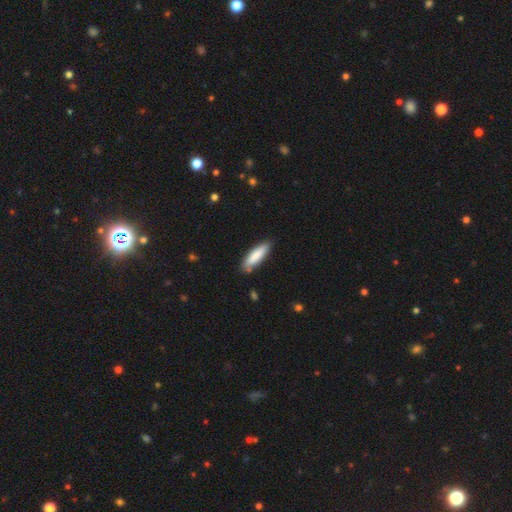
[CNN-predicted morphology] Overall: smooth (83%). How rounded: cigar-shaped (65%; in between 34%). Merging: none (83%).